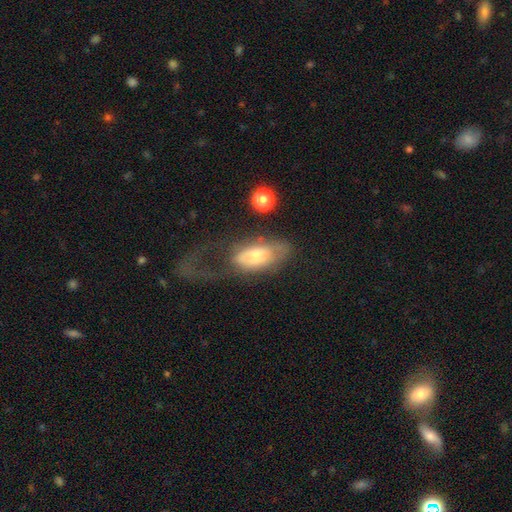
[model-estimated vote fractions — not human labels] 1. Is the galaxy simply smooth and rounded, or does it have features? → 53% smooth, 40% featured or disk, 8% star or artifact.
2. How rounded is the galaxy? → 88% in between, 7% cigar-shaped, 4% round.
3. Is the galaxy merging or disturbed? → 51% major disturbance, 24% none, 21% minor disturbance, 4% merger.